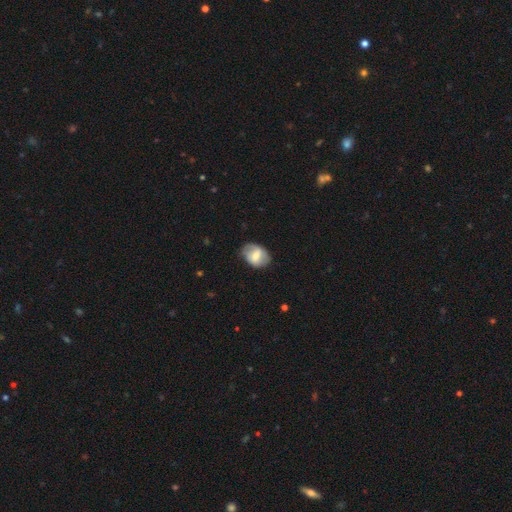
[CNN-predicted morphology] type=smooth (53%); roundness=in between (73%); merging=none (75%).